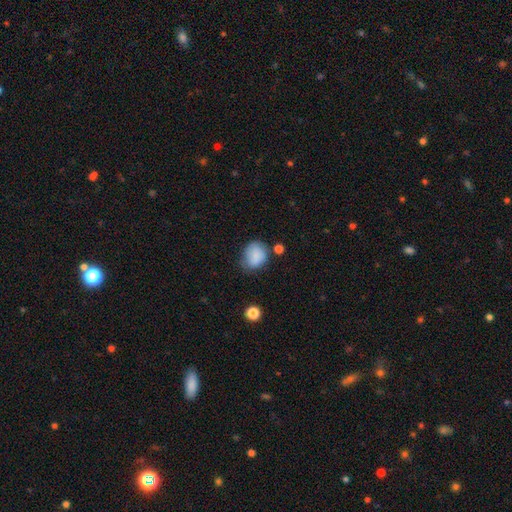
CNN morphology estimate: The model was most divided on "how rounded": round: 50%, in between: 49%, cigar-shaped: 1%. More confident: smooth or featured — smooth (84%); merging — none (59%).